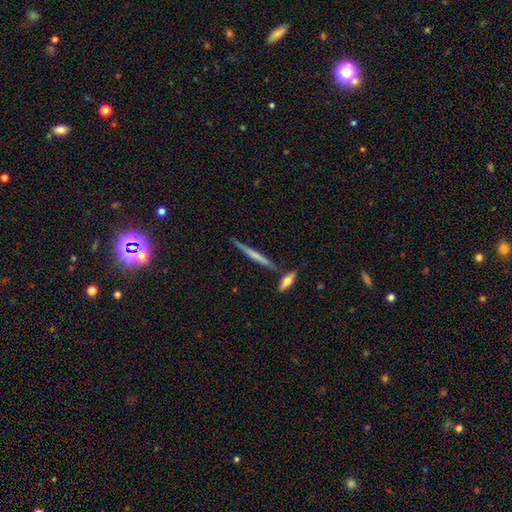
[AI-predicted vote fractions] Smooth or featured? featured or disk (48%)
Merging? none (78%)